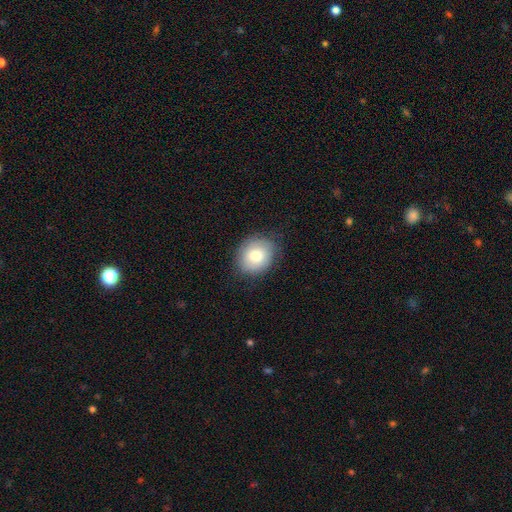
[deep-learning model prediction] A smooth galaxy with no disk features (76%) that is round (63%). Merging: none (79%).